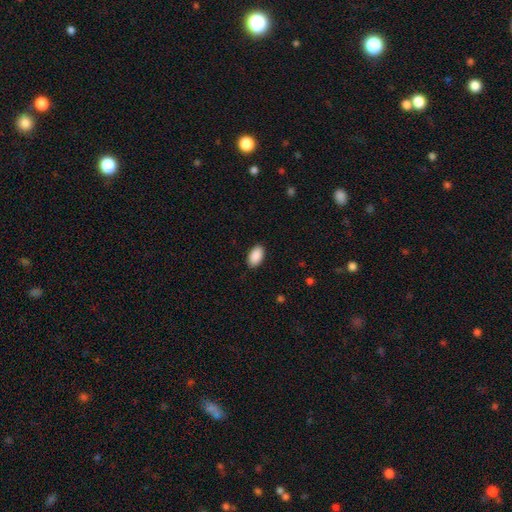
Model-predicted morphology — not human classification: smooth 91%, star or artifact 6%, featured or disk 3%. Down the decision tree: how rounded — in between (94%); merging — none (88%).